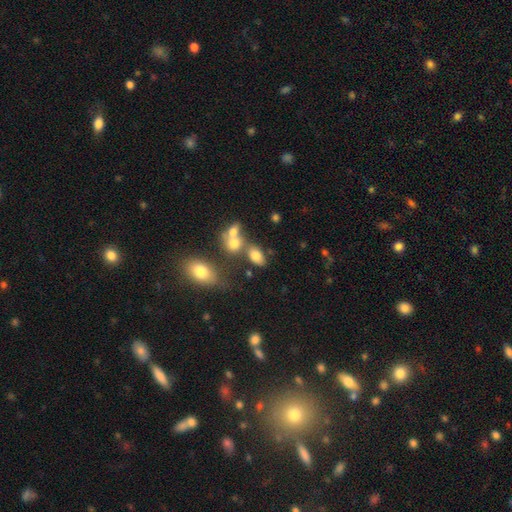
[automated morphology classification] smooth_or_featured: smooth (p=0.77) [alt: star or artifact p=0.12]
how_rounded: in between (p=0.86) [alt: round p=0.12]
merging: none (p=0.52) [alt: merger p=0.27]